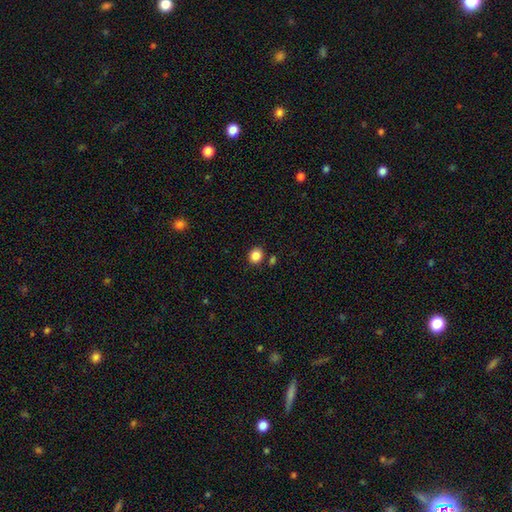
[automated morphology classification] Smooth or featured? smooth (86%)
How rounded? round (67%)
Merging? none (84%)